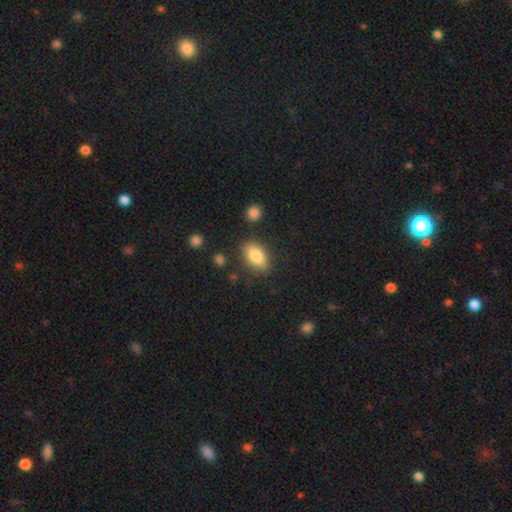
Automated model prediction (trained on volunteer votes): This is clearly a smooth galaxy (83%). How rounded: clearly in between (90%). Merging: clearly none (81%).